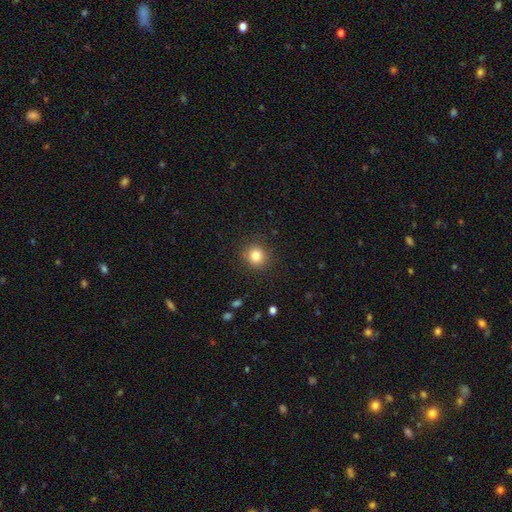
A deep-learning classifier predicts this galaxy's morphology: smooth_or_featured: smooth (p=0.82) [alt: star or artifact p=0.12]
how_rounded: round (p=0.88) [alt: in between p=0.11]
merging: none (p=0.89) [alt: minor disturbance p=0.07]